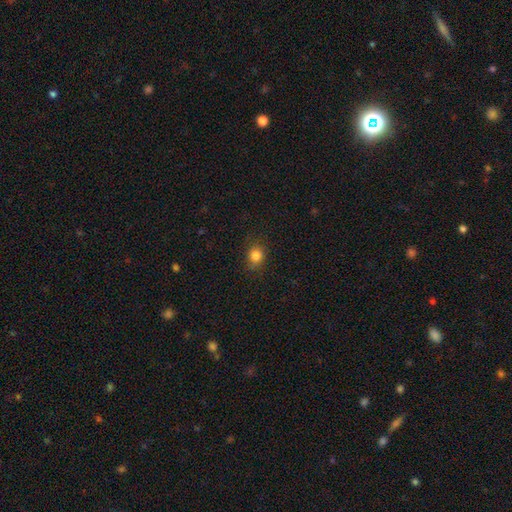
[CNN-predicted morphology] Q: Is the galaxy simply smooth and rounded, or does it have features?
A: smooth — 84%.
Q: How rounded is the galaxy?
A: round — 72%.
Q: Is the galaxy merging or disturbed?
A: none — 86%.